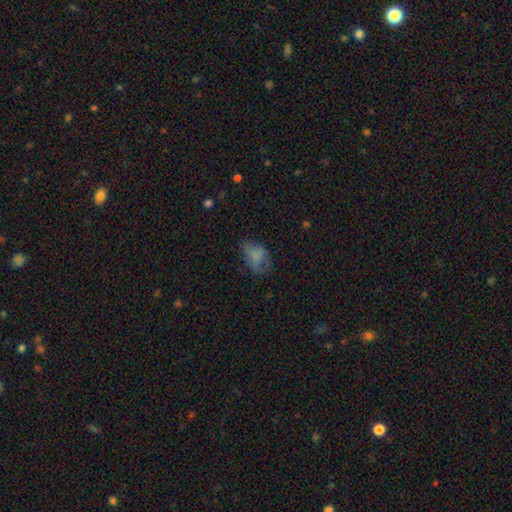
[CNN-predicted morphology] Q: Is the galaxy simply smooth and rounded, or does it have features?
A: smooth — 67%.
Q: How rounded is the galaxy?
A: in between — 83%.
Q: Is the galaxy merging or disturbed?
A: none — 44%.